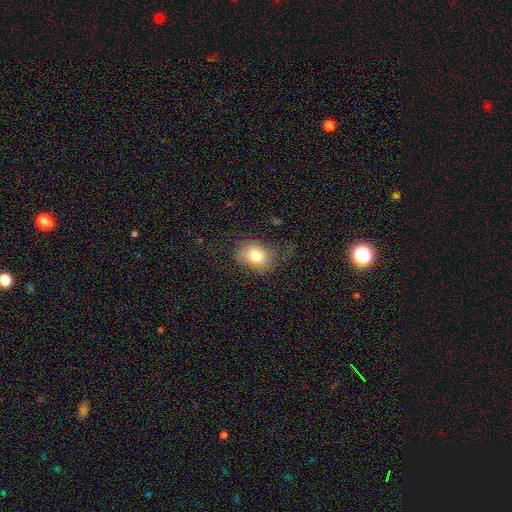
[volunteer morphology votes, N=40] smooth-or-featured: smooth: 85% | featured or disk: 8% | star or artifact: 8%
  how-rounded: in between: 68% | round: 32% | cigar-shaped: 0%
  merging: none: 65% | minor disturbance: 24% | major disturbance: 11% | merger: 0%